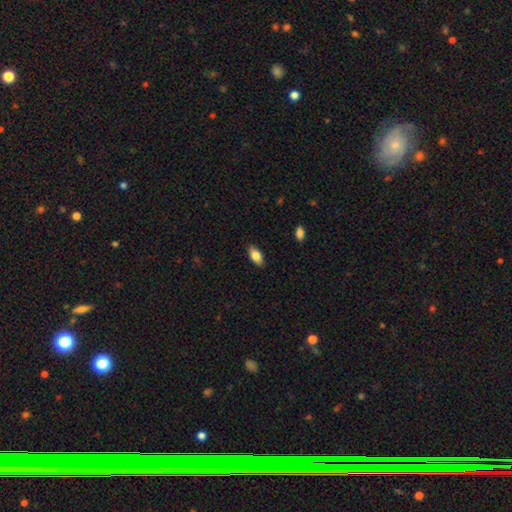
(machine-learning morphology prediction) A smooth galaxy with no disk features (80%) that is in between round and cigar-shaped (89%). Merging: none (87%).